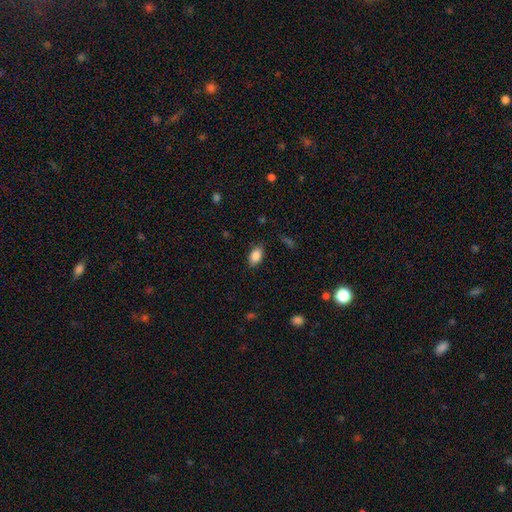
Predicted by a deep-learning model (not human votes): Smooth or featured?
  - smooth: 87% *
  - star or artifact: 8%
  - featured or disk: 5%
How rounded?
  - in between: 90% *
  - round: 7%
  - cigar-shaped: 2%
Merging?
  - none: 82% *
  - minor disturbance: 14%
  - major disturbance: 3%
  - merger: 1%